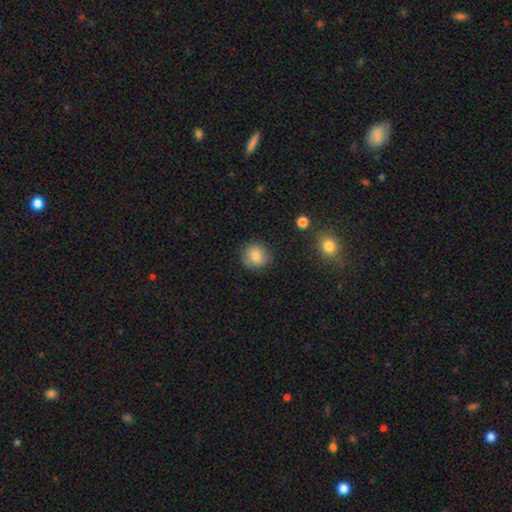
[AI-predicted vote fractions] Morphology: type=smooth (82%); roundness=round (88%); merging=none (82%).